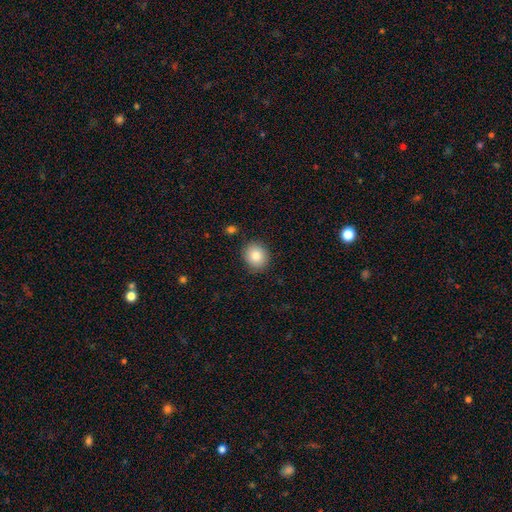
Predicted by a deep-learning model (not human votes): smooth-or-featured: smooth: 84% | star or artifact: 9% | featured or disk: 7%
  how-rounded: round: 81% | in between: 18% | cigar-shaped: 1%
  merging: none: 88% | minor disturbance: 8% | major disturbance: 2% | merger: 2%